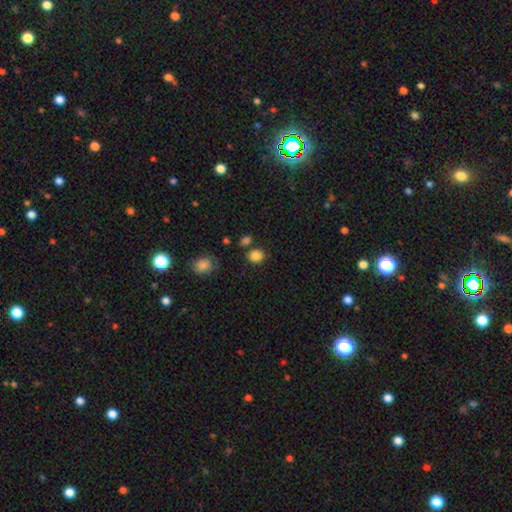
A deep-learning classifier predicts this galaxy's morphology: Smooth or featured: smooth — 85% (star or artifact — 11%)
How rounded: round — 70% (in between — 29%)
Merging: none — 75% (minor disturbance — 11%)